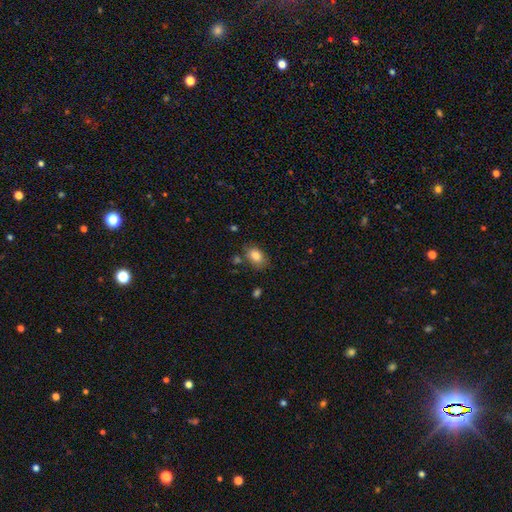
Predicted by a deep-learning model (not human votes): Overall: smooth (84%). How rounded: in between (83%). Merging: none (72%).